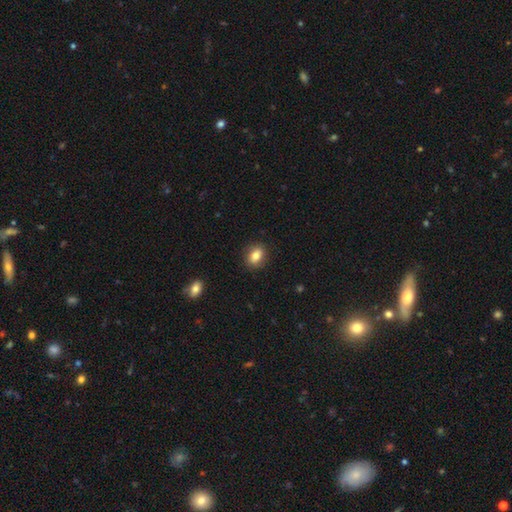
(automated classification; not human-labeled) Morphology: type=smooth (82%); roundness=in between (69%); merging=none (87%).